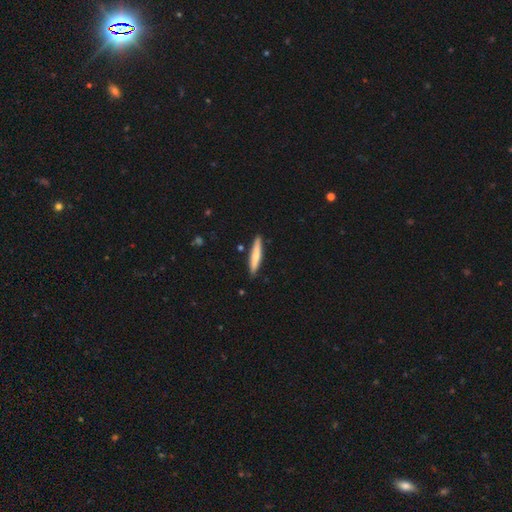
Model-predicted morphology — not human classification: Overall: smooth (68%). How rounded: cigar-shaped (91%). Merging: none (88%).